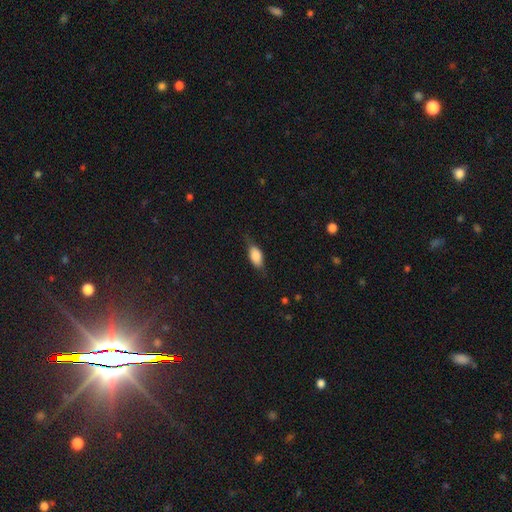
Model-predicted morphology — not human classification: Smooth or featured? smooth (82%)
How rounded? in between (87%)
Merging? none (67%)